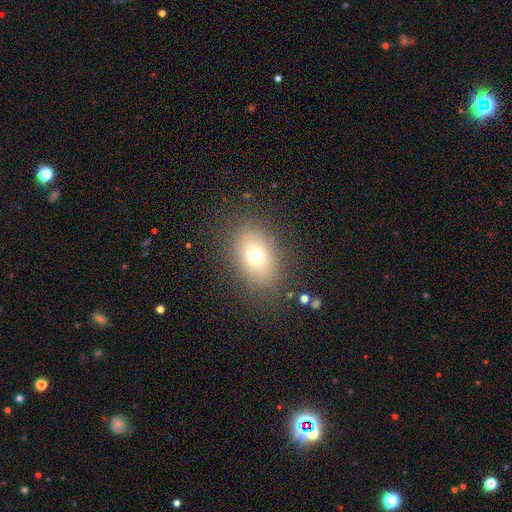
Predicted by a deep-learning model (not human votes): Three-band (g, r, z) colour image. It shows a smooth galaxy with no disk features (71%) that is in between round and cigar-shaped (76%). Merging: none (83%).